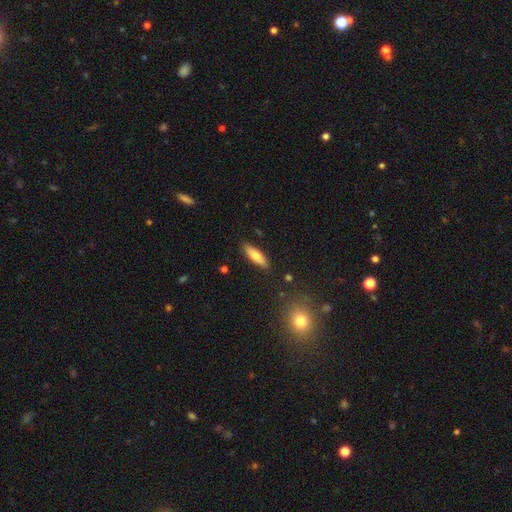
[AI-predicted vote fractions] Q: Smooth or featured?
A: smooth (68%); runner-up: featured or disk (25%)
Q: How rounded?
A: cigar-shaped (54%); runner-up: in between (44%)
Q: Merging?
A: none (87%); runner-up: minor disturbance (9%)